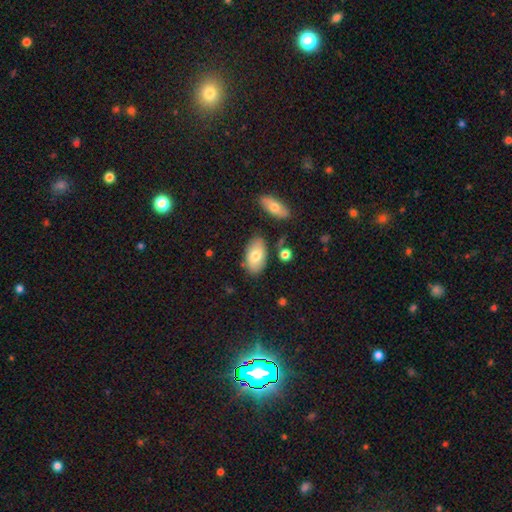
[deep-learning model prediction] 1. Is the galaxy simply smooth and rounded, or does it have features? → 75% smooth, 18% featured or disk, 7% star or artifact.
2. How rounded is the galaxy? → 94% in between, 4% round, 2% cigar-shaped.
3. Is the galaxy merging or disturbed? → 78% none, 14% minor disturbance, 6% merger, 3% major disturbance.